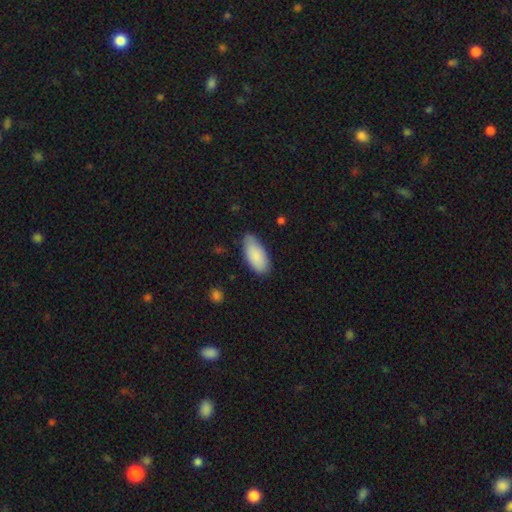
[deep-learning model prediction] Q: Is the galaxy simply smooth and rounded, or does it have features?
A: smooth — 87%.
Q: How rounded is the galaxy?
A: in between — 90%.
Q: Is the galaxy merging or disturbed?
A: none — 77%.